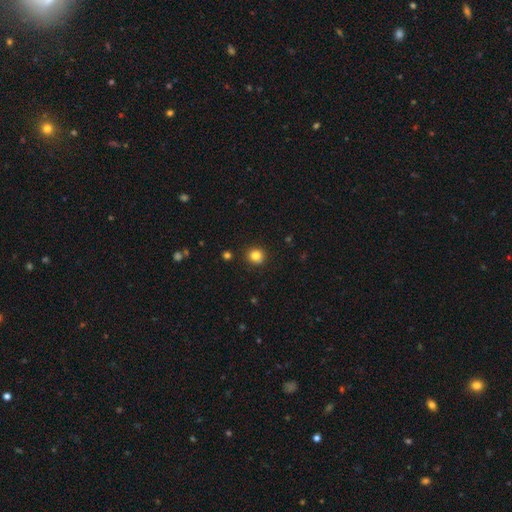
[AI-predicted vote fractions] Smooth or featured: smooth — 82% (star or artifact — 12%)
How rounded: round — 88% (in between — 11%)
Merging: none — 89% (minor disturbance — 7%)